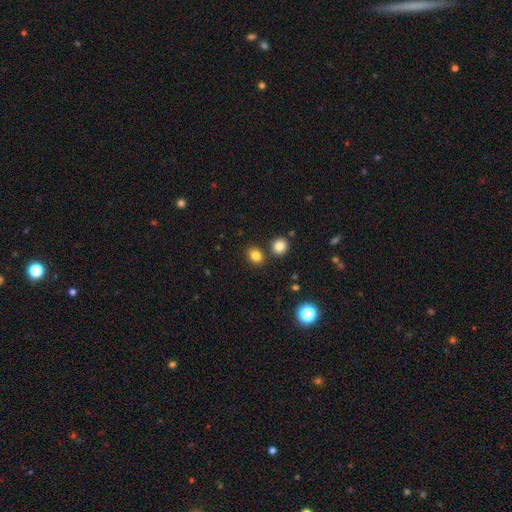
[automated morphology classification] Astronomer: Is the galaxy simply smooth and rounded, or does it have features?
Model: smooth — 82%.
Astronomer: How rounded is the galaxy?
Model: round — 56% (runner-up: in between, 43%).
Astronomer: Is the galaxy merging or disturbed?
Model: none — 78%.